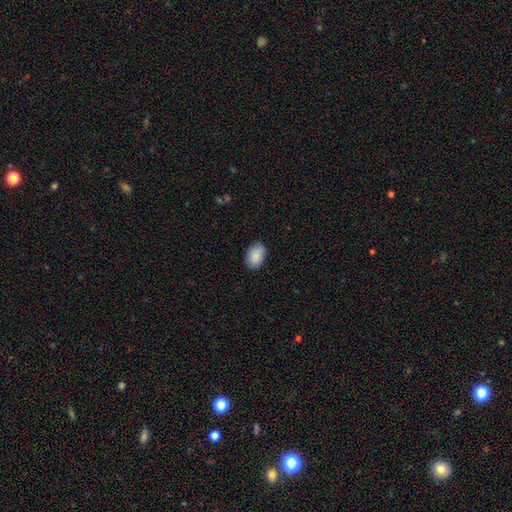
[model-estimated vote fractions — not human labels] This is clearly a smooth galaxy (89%). How rounded: clearly in between (88%). Merging: clearly none (83%).